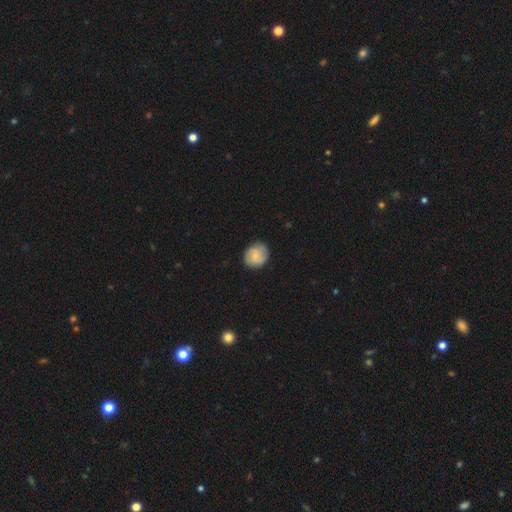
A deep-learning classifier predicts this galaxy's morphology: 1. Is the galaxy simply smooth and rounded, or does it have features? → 71% smooth, 22% featured or disk, 7% star or artifact.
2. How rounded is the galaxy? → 76% round, 23% in between, 1% cigar-shaped.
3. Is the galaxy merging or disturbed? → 84% none, 13% minor disturbance, 3% major disturbance, 1% merger.